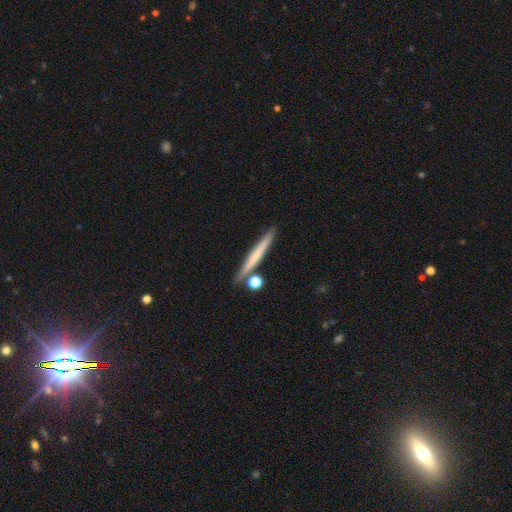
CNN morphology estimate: This is possibly a smooth galaxy (55%). How rounded: clearly cigar-shaped (94%). Merging: clearly none (82%).